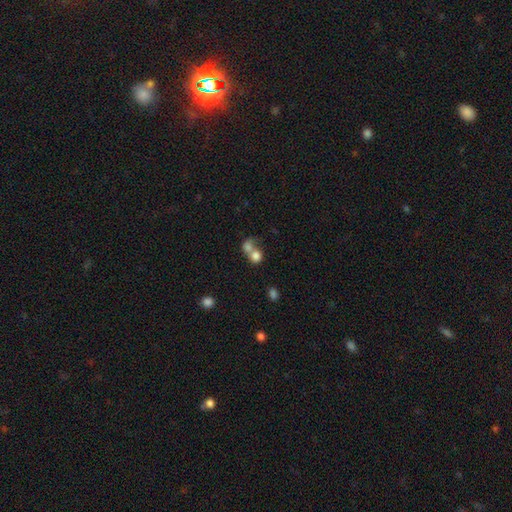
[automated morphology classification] Smooth or featured? smooth (76%)
How rounded? round (73%)
Merging? merger (66%)